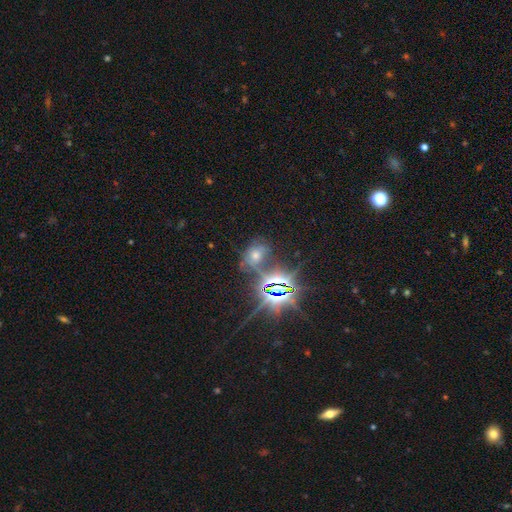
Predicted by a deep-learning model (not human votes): This is likely a star or artifact rather than a galaxy (64%).